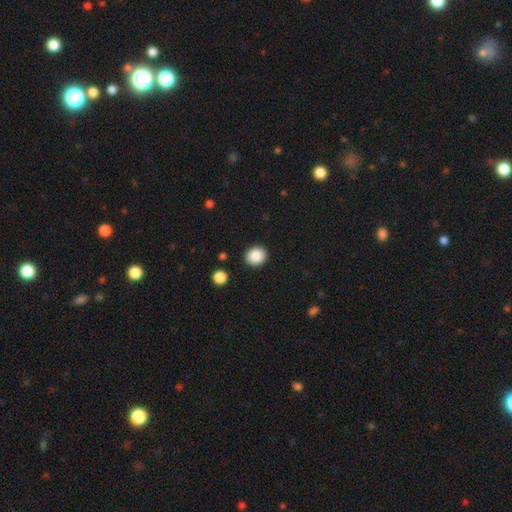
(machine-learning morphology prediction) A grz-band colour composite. It shows a smooth galaxy with no disk features (88%) that is round (79%). Merging: none (91%).